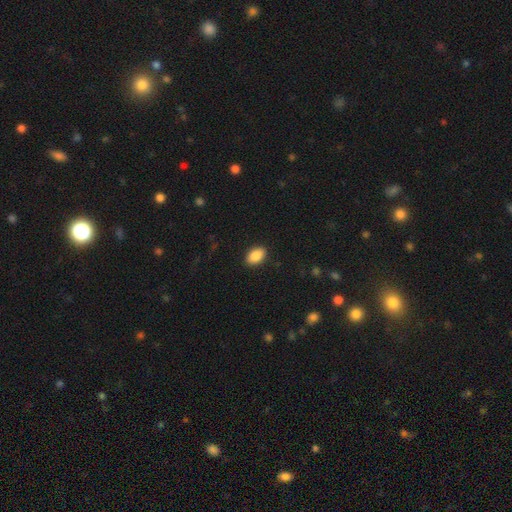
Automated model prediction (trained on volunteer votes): smooth 89%, star or artifact 7%, featured or disk 4%. Down the decision tree: how rounded — in between (90%); merging — none (90%).